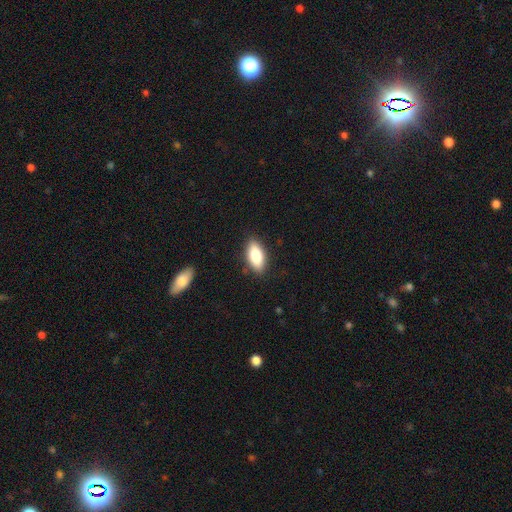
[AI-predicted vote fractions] The model was most divided on "smooth or featured": smooth: 81%, featured or disk: 13%, star or artifact: 6%. More confident: how rounded — in between (87%); merging — none (87%).